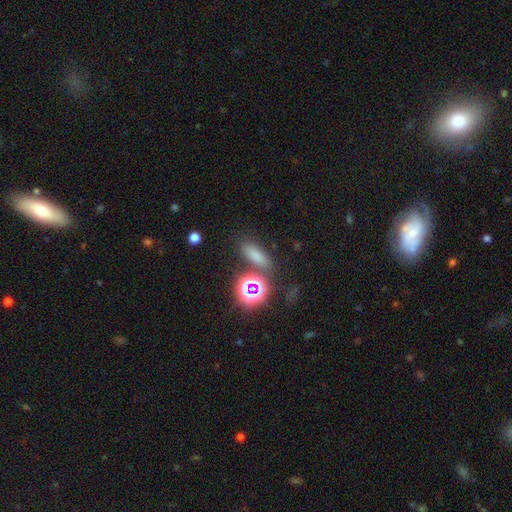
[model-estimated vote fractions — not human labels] Smooth or featured? Predicted: smooth (p=0.69). How rounded? Predicted: in between (p=0.60). Merging? Predicted: none (p=0.75).